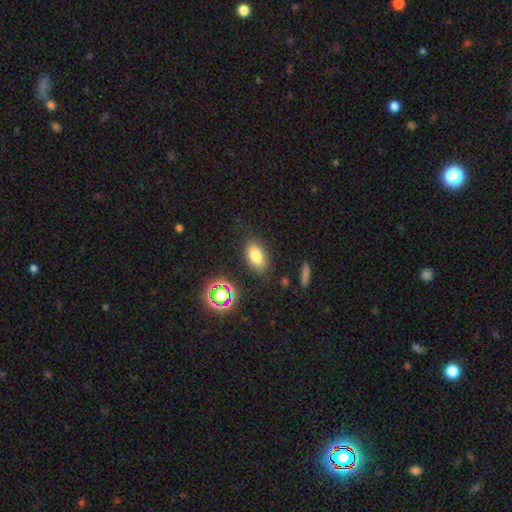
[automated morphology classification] smooth-or-featured: smooth: 77% | star or artifact: 13% | featured or disk: 10%
  how-rounded: in between: 88% | round: 8% | cigar-shaped: 3%
  merging: none: 83% | minor disturbance: 11% | major disturbance: 4% | merger: 2%